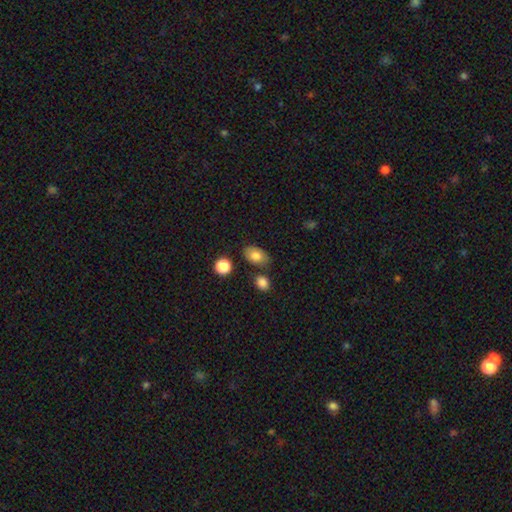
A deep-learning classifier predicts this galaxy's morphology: The model was most divided on "merging": none: 74%, minor disturbance: 15%, merger: 8%, major disturbance: 4%. More confident: how rounded — in between (86%); smooth or featured — smooth (79%).